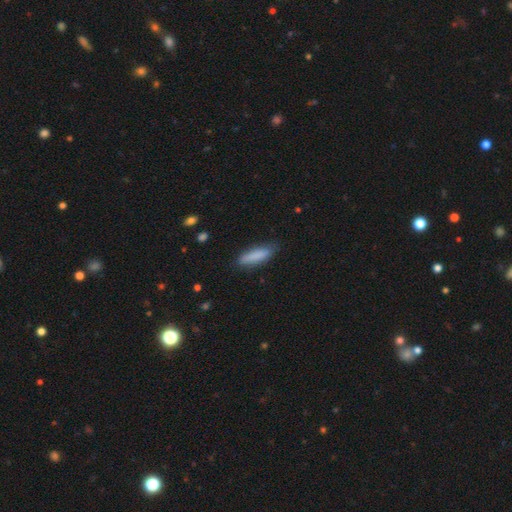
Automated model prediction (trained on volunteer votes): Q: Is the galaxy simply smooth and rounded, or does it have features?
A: smooth — 84%.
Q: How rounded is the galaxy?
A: cigar-shaped — 61%.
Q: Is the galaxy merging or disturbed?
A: none — 79%.